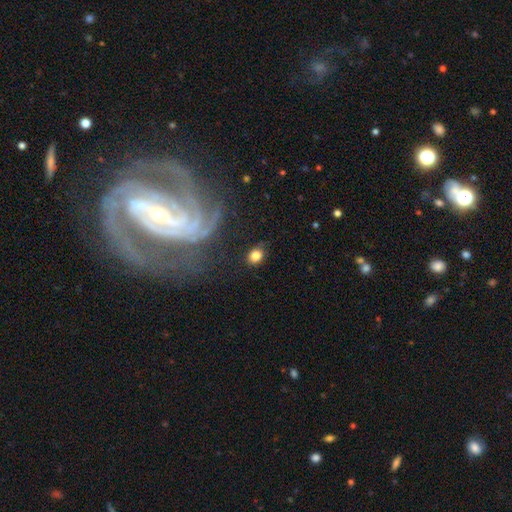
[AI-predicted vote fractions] This is likely a smooth galaxy (78%). How rounded: possibly in between (54%). Merging: likely none (79%).